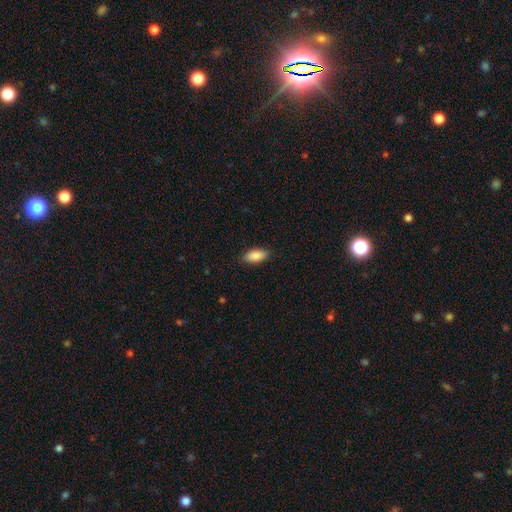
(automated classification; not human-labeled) The model was most divided on "merging": none: 87%, minor disturbance: 10%, major disturbance: 2%, merger: 1%. More confident: how rounded — in between (91%); smooth or featured — smooth (89%).